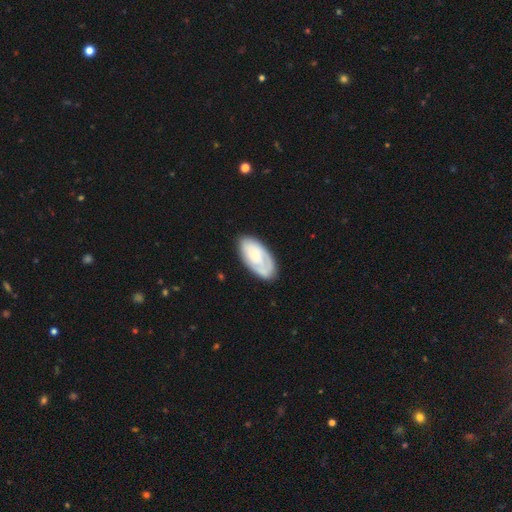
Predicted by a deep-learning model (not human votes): Smooth or featured?
  - featured or disk: 49% *
  - smooth: 46%
  - star or artifact: 5%
Merging?
  - none: 76% *
  - minor disturbance: 18%
  - major disturbance: 5%
  - merger: 2%